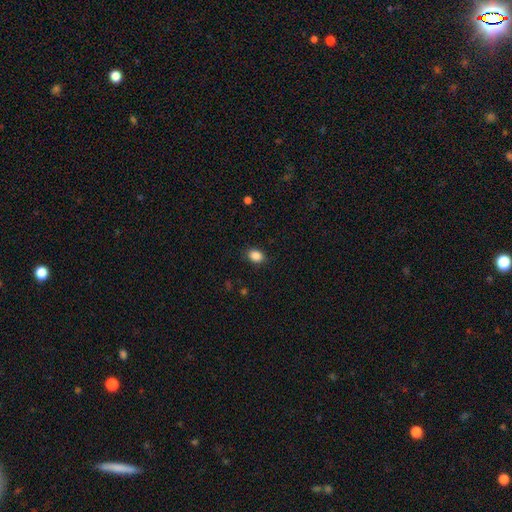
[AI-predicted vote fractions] Smooth or featured?
  - smooth: 88% *
  - star or artifact: 9%
  - featured or disk: 3%
How rounded?
  - in between: 65% *
  - round: 34%
  - cigar-shaped: 1%
Merging?
  - none: 87% *
  - minor disturbance: 10%
  - major disturbance: 3%
  - merger: 1%